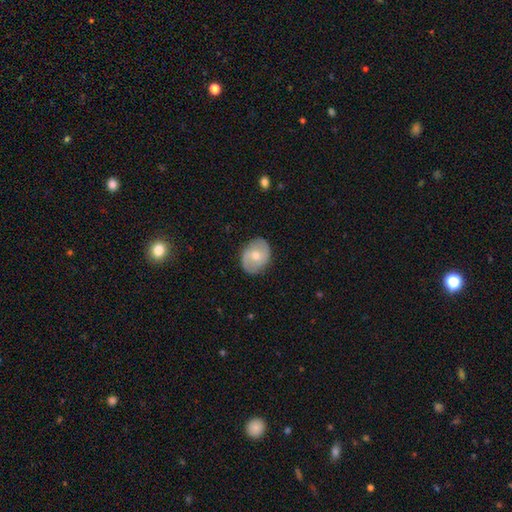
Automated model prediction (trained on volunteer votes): Smooth or featured?
  - smooth: 47% *
  - featured or disk: 46%
  - star or artifact: 6%
Merging?
  - none: 83% *
  - minor disturbance: 13%
  - major disturbance: 3%
  - merger: 1%